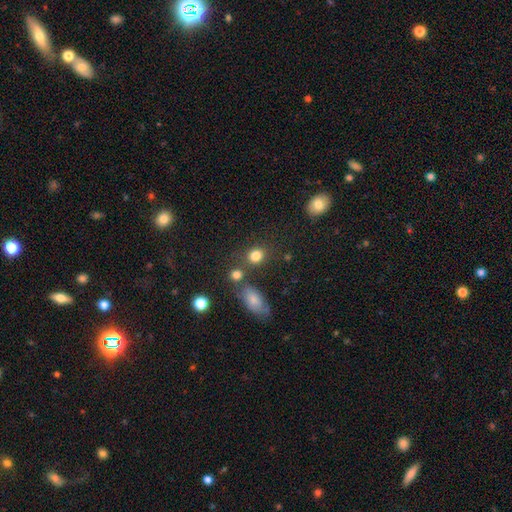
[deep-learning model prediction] This is clearly a smooth galaxy (81%). How rounded: likely round (69%). Merging: likely none (69%).